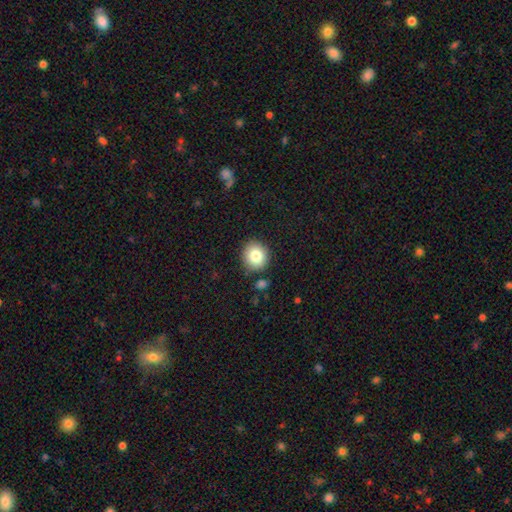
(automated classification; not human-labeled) Smooth or featured: smooth — 82% (star or artifact — 10%)
How rounded: round — 87% (in between — 12%)
Merging: none — 86% (minor disturbance — 8%)